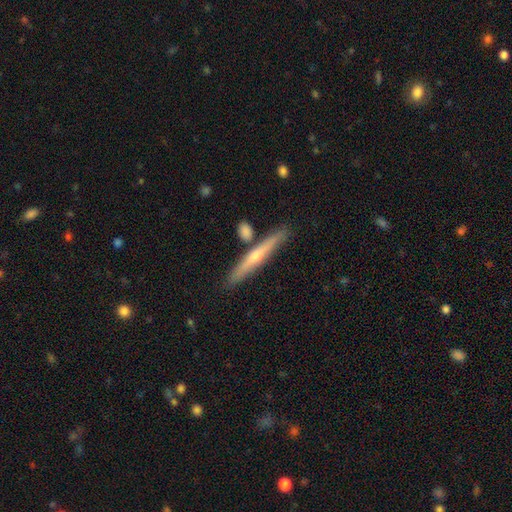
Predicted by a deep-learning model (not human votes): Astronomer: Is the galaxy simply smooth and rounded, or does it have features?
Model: featured or disk — 55% (runner-up: smooth, 39%).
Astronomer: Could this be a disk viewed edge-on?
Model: yes — 94%.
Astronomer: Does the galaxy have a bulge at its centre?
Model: rounded — 69%.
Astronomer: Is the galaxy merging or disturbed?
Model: none — 80%.